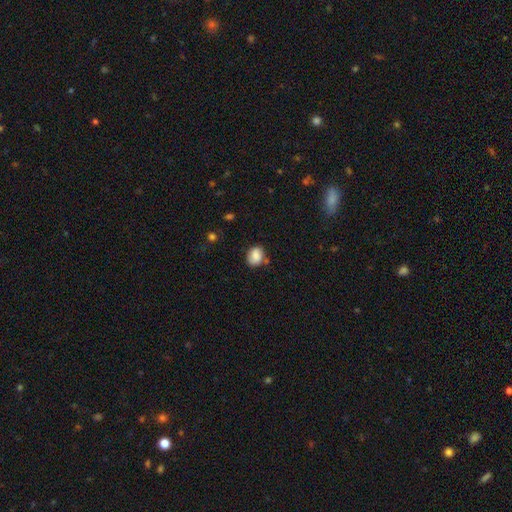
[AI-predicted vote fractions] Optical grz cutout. It shows a smooth galaxy with no disk features (83%) that is in between round and cigar-shaped (55%). Merging: none (69%).